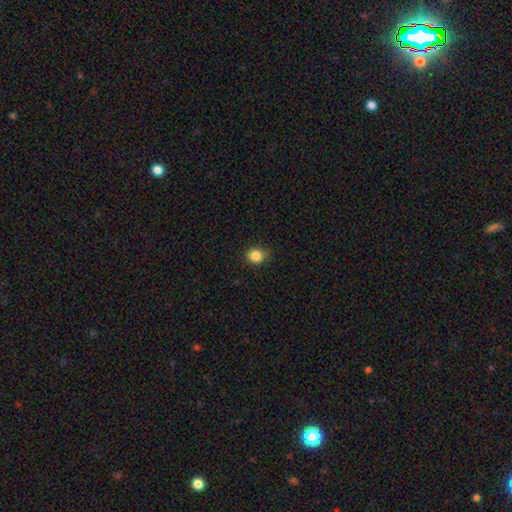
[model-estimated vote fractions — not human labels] Smooth or featured? Predicted: smooth (p=0.85). How rounded? Predicted: round (p=0.76). Merging? Predicted: none (p=0.85).